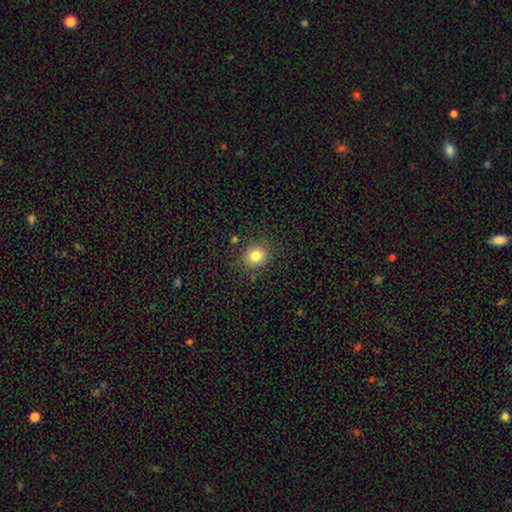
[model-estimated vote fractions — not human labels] Smooth or featured? smooth (81%)
How rounded? round (71%)
Merging? none (84%)